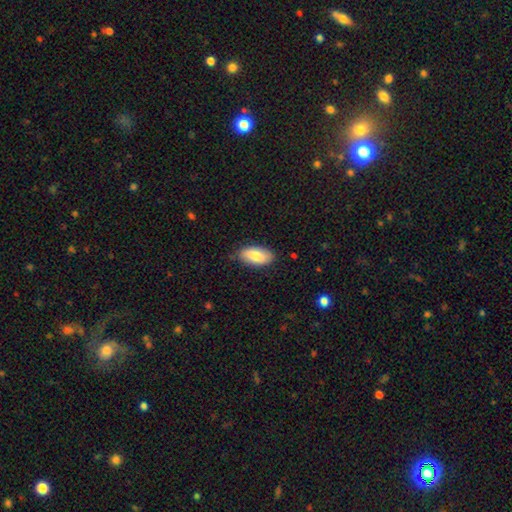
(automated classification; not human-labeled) The model was most divided on "smooth or featured": smooth: 80%, featured or disk: 14%, star or artifact: 6%. More confident: how rounded — in between (93%); merging — none (82%).